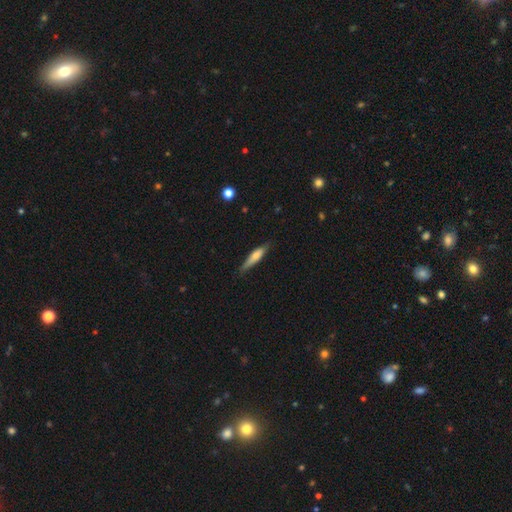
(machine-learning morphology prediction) smooth 56%, featured or disk 39%, star or artifact 6%. Down the decision tree: how rounded — cigar-shaped (81%); merging — none (79%).